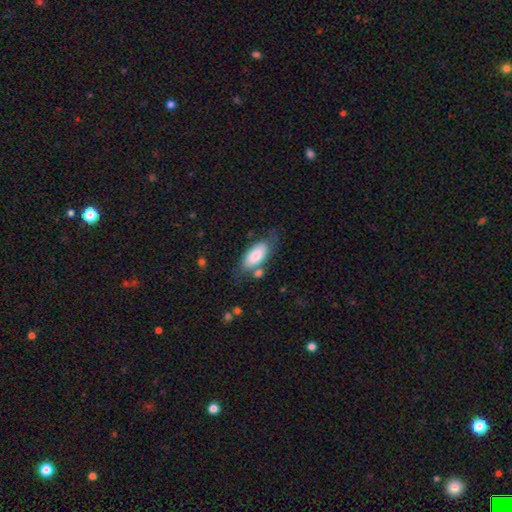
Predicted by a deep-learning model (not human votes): The model was most divided on "merging": none: 58%, minor disturbance: 22%, merger: 11%, major disturbance: 9%. More confident: how rounded — in between (89%); smooth or featured — smooth (79%).